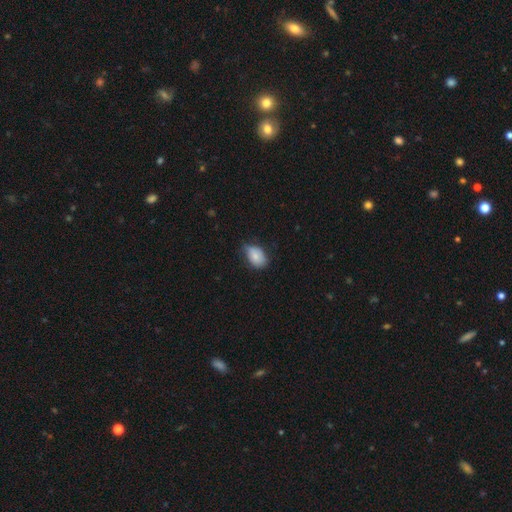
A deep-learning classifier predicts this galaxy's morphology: Q: Smooth or featured?
A: smooth (78%); runner-up: featured or disk (14%)
Q: How rounded?
A: in between (87%); runner-up: round (12%)
Q: Merging?
A: none (57%); runner-up: minor disturbance (35%)